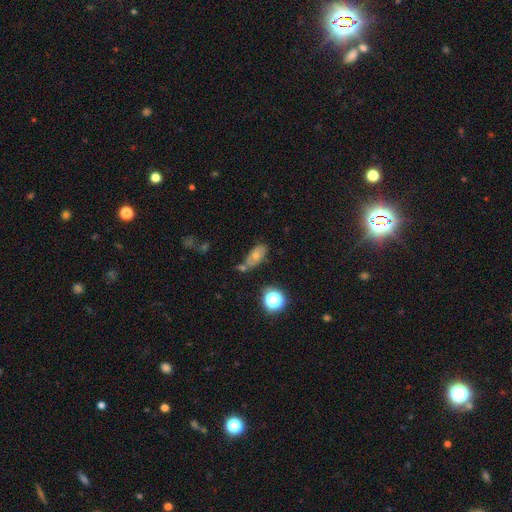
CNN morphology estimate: type=smooth (59%); roundness=in between (83%); merging=none (52%).